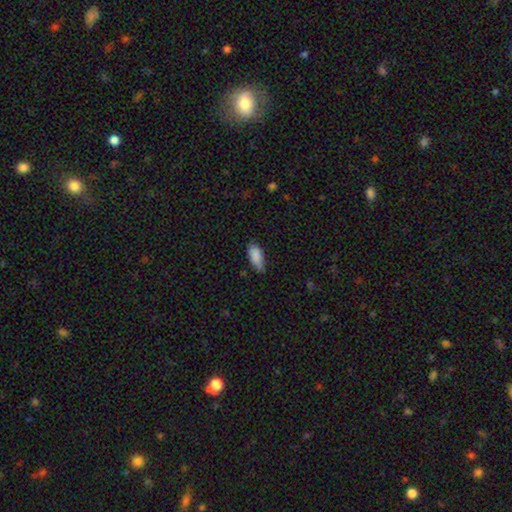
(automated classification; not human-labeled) This is clearly a smooth galaxy (87%). How rounded: clearly in between (85%). Merging: likely none (67%).